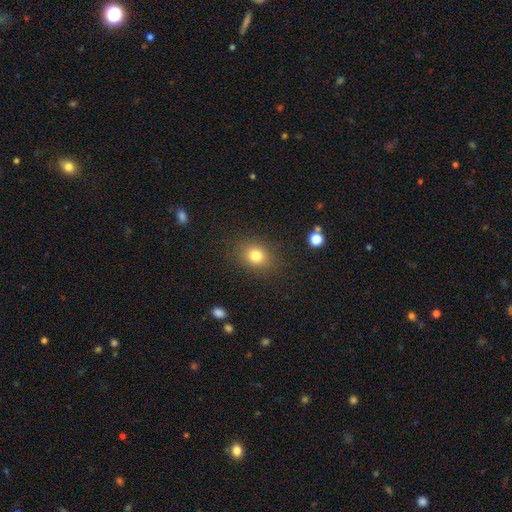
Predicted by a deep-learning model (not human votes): The model was most divided on "how rounded": round: 59%, in between: 40%, cigar-shaped: 1%. More confident: merging — none (86%); smooth or featured — smooth (80%).